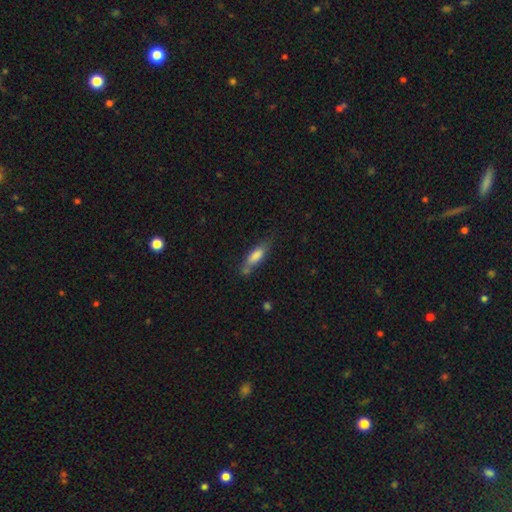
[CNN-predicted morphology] smooth 75%, featured or disk 17%, star or artifact 7%. Down the decision tree: how rounded — cigar-shaped (54%); merging — none (57%).